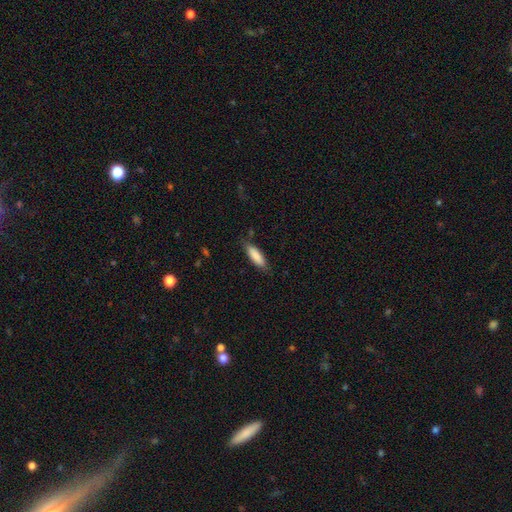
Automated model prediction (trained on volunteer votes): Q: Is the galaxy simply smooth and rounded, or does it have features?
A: smooth — 86%.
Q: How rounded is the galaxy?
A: cigar-shaped — 50%.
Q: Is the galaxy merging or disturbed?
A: none — 80%.